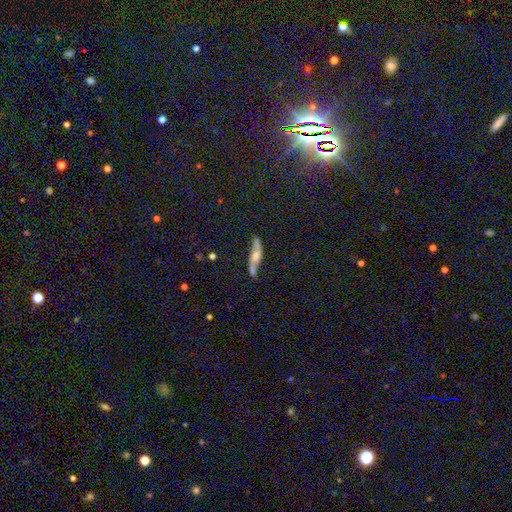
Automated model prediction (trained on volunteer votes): This is possibly a featured or disk galaxy (59%). It is possibly viewed edge-on (50%, tied with no). Merging: likely none (68%).